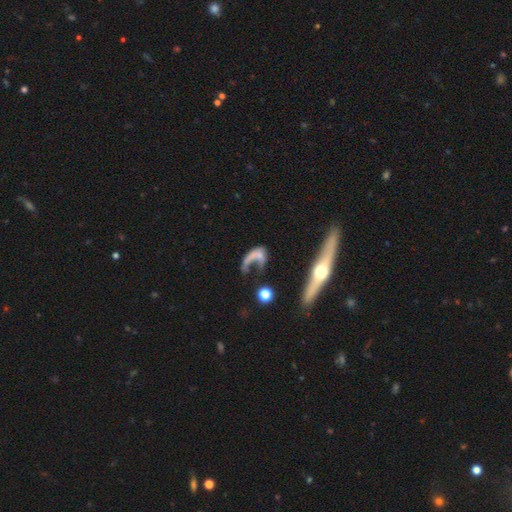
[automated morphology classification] Smooth or featured: featured or disk — 56% (smooth — 34%)
Edge-on disk: no — 82% (yes — 18%)
Merging: major disturbance — 45% (none — 26%)